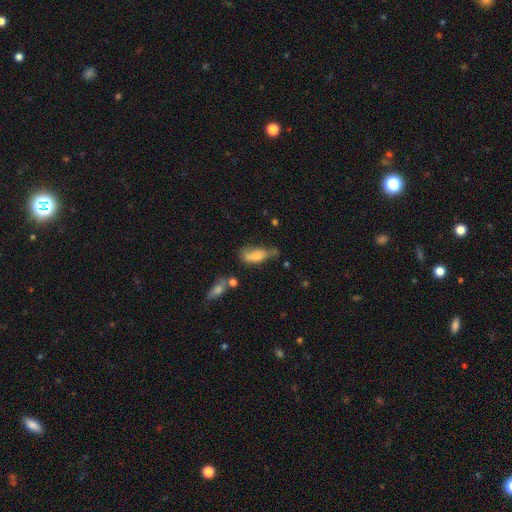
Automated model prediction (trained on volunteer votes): Smooth or featured: smooth — 76% (featured or disk — 15%)
How rounded: in between — 82% (cigar-shaped — 14%)
Merging: minor disturbance — 35% (none — 34%)